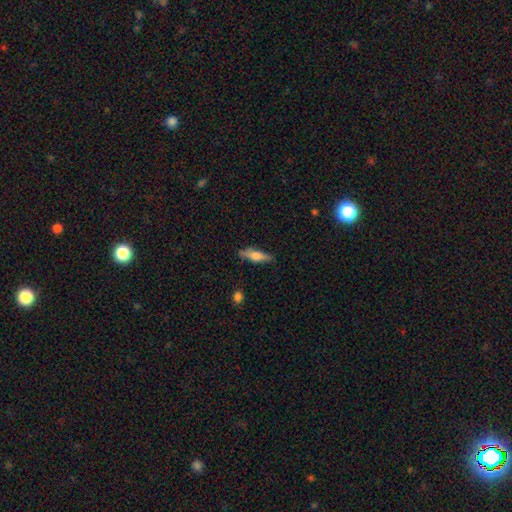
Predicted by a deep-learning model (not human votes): Smooth or featured? Predicted: smooth (p=0.52). How rounded? Predicted: cigar-shaped (p=0.62). Merging? Predicted: none (p=0.82).